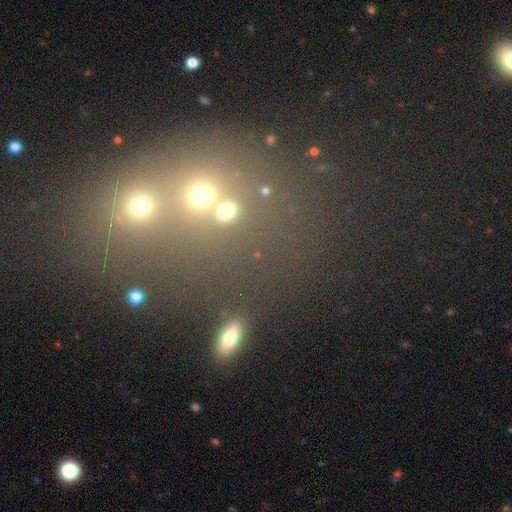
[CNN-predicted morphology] A star or artifact, not a galaxy (44%).

Vote fractions:
- Smooth or featured? star or artifact: 44% / smooth: 40% / featured or disk: 16%